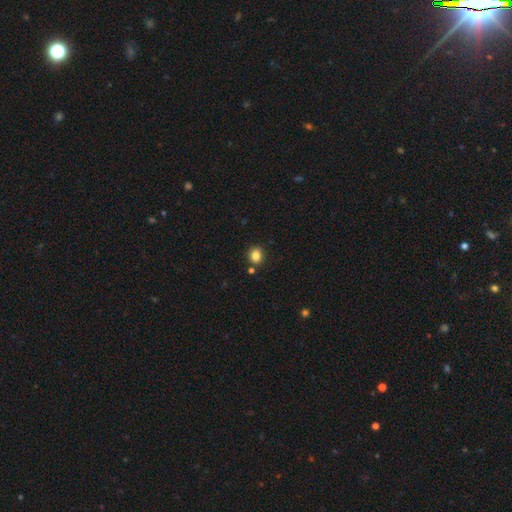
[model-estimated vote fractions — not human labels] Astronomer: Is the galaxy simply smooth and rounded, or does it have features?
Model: smooth — 83%.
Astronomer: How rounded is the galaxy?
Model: round — 70%.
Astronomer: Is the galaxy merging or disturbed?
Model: none — 81%.